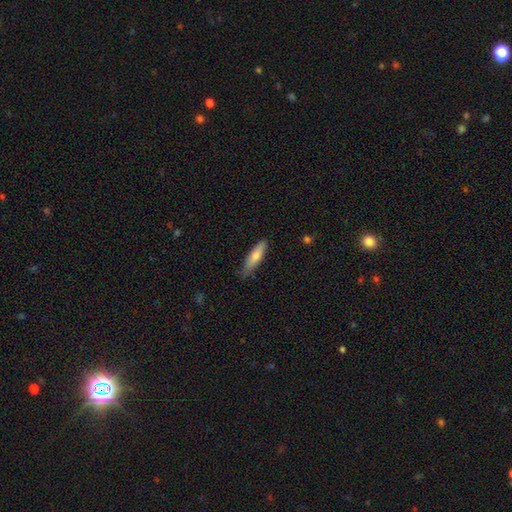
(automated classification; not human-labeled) smooth 66%, featured or disk 27%, star or artifact 7%. Down the decision tree: how rounded — cigar-shaped (75%); merging — none (82%).